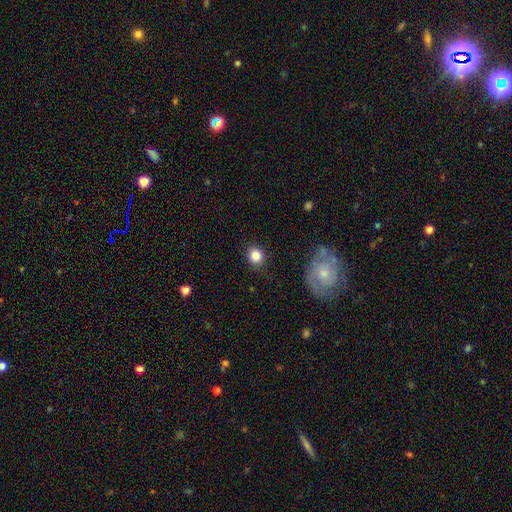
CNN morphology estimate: Smooth or featured? smooth (84%)
How rounded? round (75%)
Merging? none (86%)